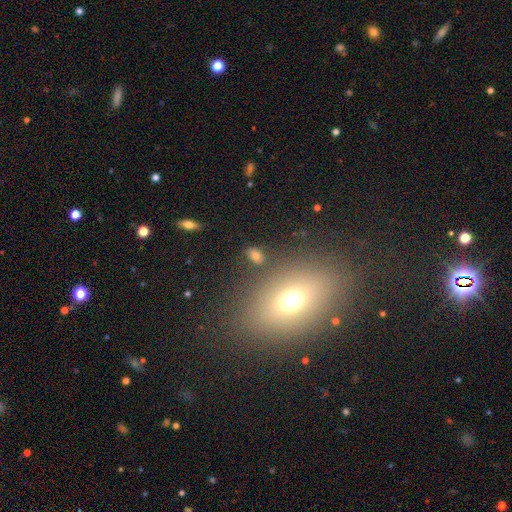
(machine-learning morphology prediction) smooth-or-featured: smooth: 66% | star or artifact: 21% | featured or disk: 13%
  how-rounded: in between: 70% | round: 27% | cigar-shaped: 3%
  merging: none: 78% | minor disturbance: 11% | merger: 7% | major disturbance: 5%